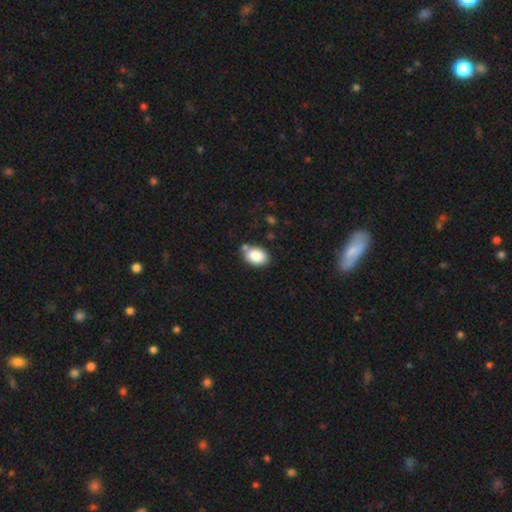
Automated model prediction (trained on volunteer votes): Q: Smooth or featured?
A: smooth (87%); runner-up: star or artifact (7%)
Q: How rounded?
A: in between (86%); runner-up: round (13%)
Q: Merging?
A: none (71%); runner-up: minor disturbance (17%)